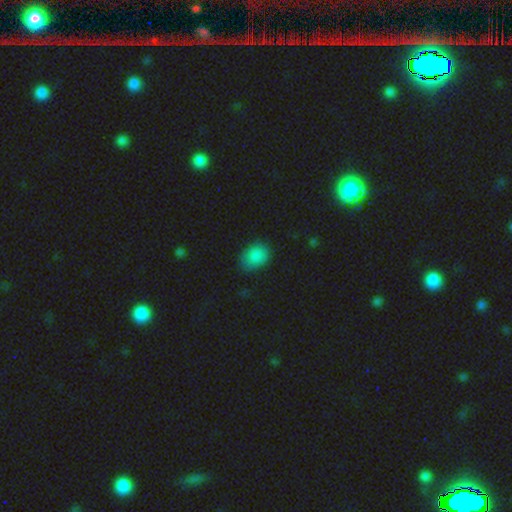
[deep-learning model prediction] Q: Smooth or featured?
A: smooth (84%); runner-up: star or artifact (11%)
Q: How rounded?
A: in between (70%); runner-up: round (29%)
Q: Merging?
A: none (78%); runner-up: minor disturbance (17%)